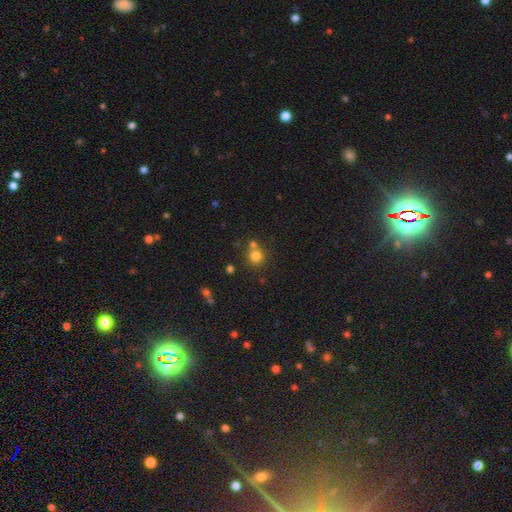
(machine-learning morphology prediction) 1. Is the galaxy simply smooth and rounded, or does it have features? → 77% smooth, 15% star or artifact, 8% featured or disk.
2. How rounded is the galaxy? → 91% round, 8% in between, 1% cigar-shaped.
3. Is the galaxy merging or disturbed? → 62% none, 27% merger, 8% minor disturbance, 3% major disturbance.